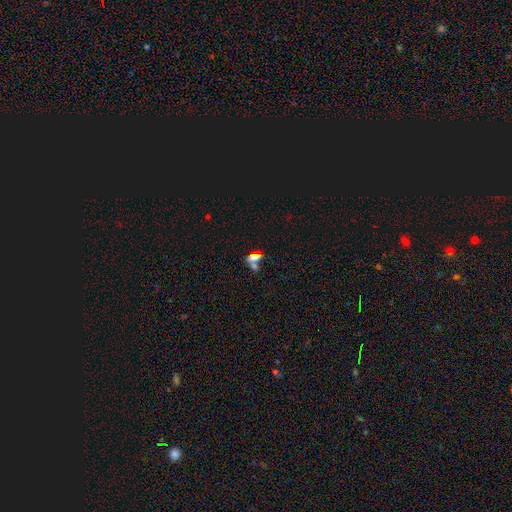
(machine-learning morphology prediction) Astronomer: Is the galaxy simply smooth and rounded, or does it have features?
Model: smooth — 66%.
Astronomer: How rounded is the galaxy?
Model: in between — 65%.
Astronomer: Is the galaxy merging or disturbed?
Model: merger — 43% (runner-up: none, 41%).